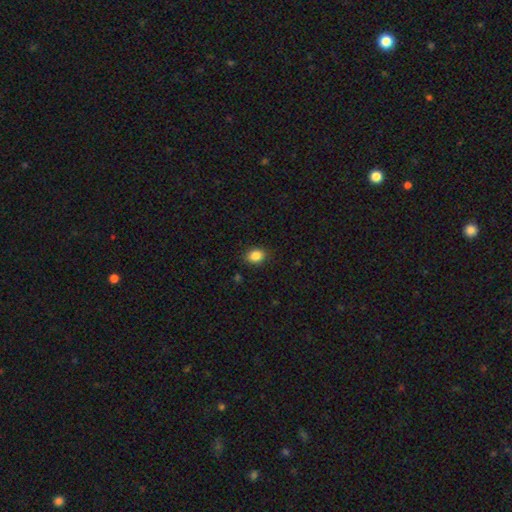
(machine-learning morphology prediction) Smooth or featured? smooth (86%)
How rounded? in between (58%)
Merging? none (87%)